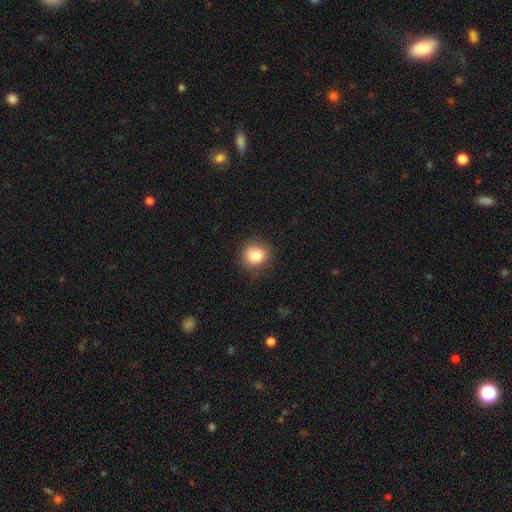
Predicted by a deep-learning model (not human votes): Q: Smooth or featured?
A: smooth (82%); runner-up: star or artifact (10%)
Q: How rounded?
A: round (85%); runner-up: in between (14%)
Q: Merging?
A: none (85%); runner-up: minor disturbance (11%)